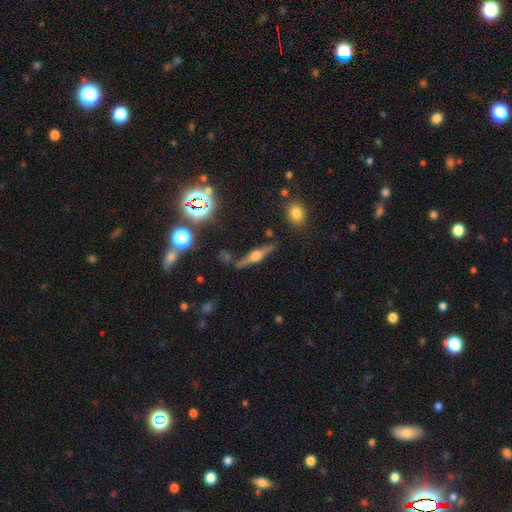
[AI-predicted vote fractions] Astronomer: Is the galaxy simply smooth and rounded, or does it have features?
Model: featured or disk — 75%.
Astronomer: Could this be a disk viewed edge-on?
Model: yes — 96%.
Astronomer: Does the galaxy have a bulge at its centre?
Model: rounded — 94%.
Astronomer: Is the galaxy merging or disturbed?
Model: none — 82%.